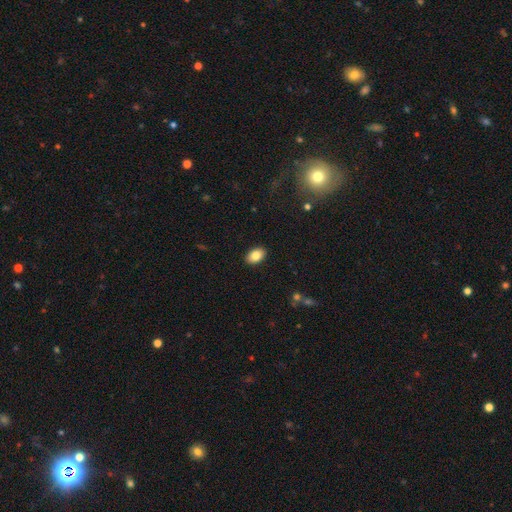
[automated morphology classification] type=smooth (83%); roundness=in between (88%); merging=none (90%).